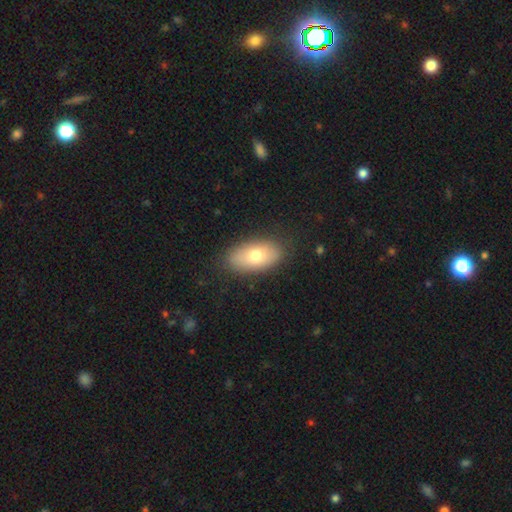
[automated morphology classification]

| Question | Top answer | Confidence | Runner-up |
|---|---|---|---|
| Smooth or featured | smooth | 74% | featured or disk (19%) |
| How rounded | in between | 92% | round (4%) |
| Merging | none | 85% | minor disturbance (11%) |